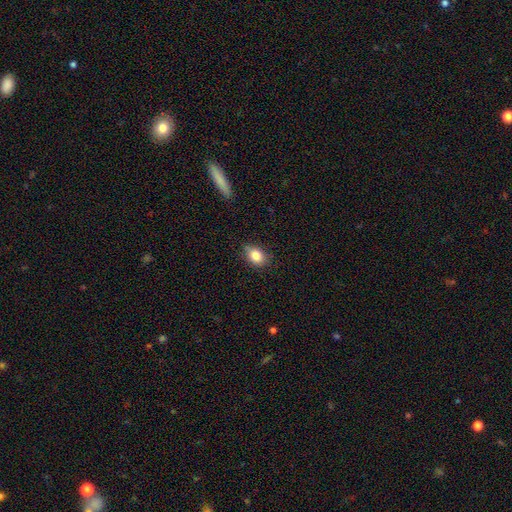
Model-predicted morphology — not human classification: Smooth or featured?
  - smooth: 84% *
  - star or artifact: 9%
  - featured or disk: 7%
How rounded?
  - in between: 66% *
  - round: 33%
  - cigar-shaped: 1%
Merging?
  - none: 82% *
  - minor disturbance: 14%
  - major disturbance: 3%
  - merger: 1%